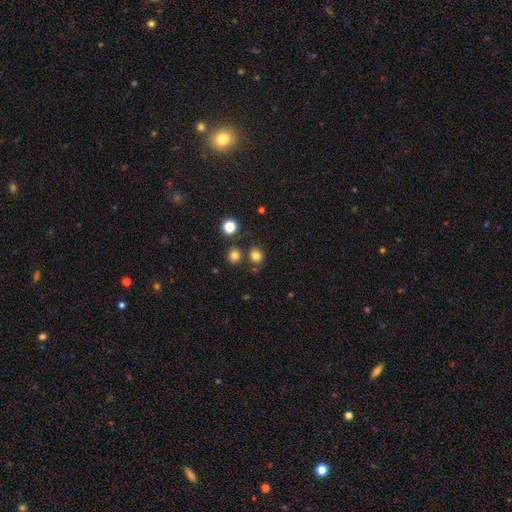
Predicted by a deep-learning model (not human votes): smooth_or_featured: smooth (p=0.79) [alt: star or artifact p=0.15]
how_rounded: round (p=0.82) [alt: in between p=0.17]
merging: none (p=0.78) [alt: merger p=0.10]